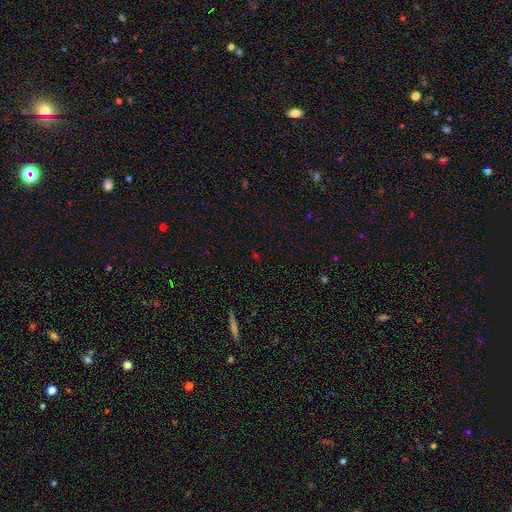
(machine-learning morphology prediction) This is likely a star or artifact rather than a galaxy (62%).